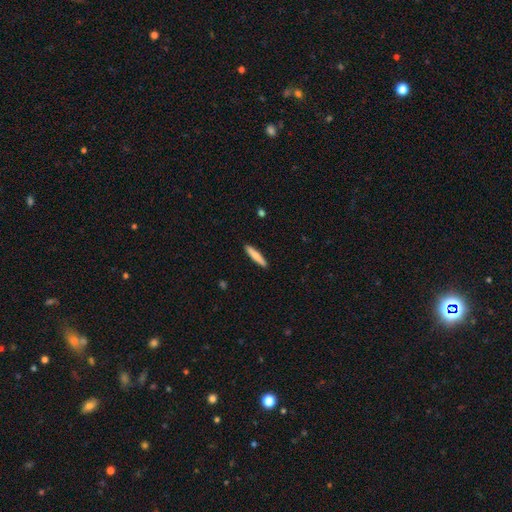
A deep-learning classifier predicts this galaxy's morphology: smooth_or_featured: smooth (p=0.74) [alt: featured or disk p=0.21]
how_rounded: cigar-shaped (p=0.91) [alt: in between p=0.08]
merging: none (p=0.90) [alt: minor disturbance p=0.07]